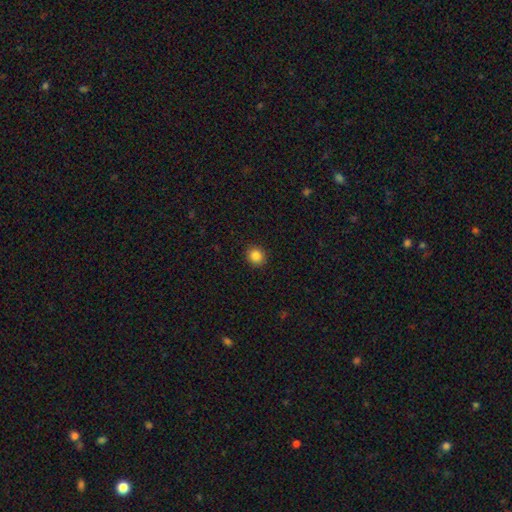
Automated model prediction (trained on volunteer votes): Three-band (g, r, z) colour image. It shows a smooth galaxy with no disk features (86%) that is round (84%). Merging: none (92%).